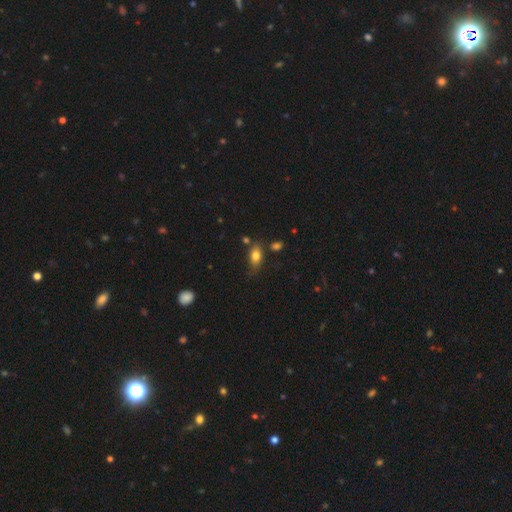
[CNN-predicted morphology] This appears to be a smooth galaxy with no disk features (79%) that is in between round and cigar-shaped (85%). Merging: none (63%).